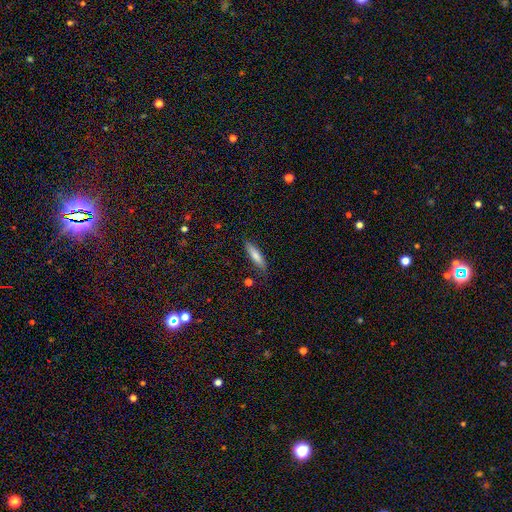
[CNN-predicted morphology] A smooth galaxy with no disk features (77%) that is cigar-shaped (71%). Merging: none (81%).